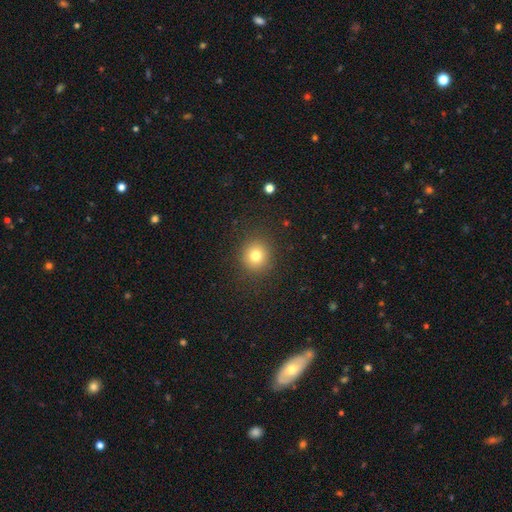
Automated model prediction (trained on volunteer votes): Smooth or featured? smooth (78%)
How rounded? round (90%)
Merging? none (90%)